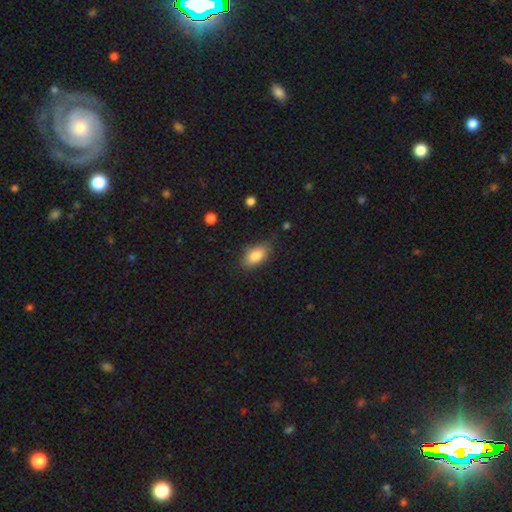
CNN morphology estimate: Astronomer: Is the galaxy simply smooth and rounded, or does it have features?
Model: smooth — 83%.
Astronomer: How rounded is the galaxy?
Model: in between — 89%.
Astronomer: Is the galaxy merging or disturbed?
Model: none — 78%.